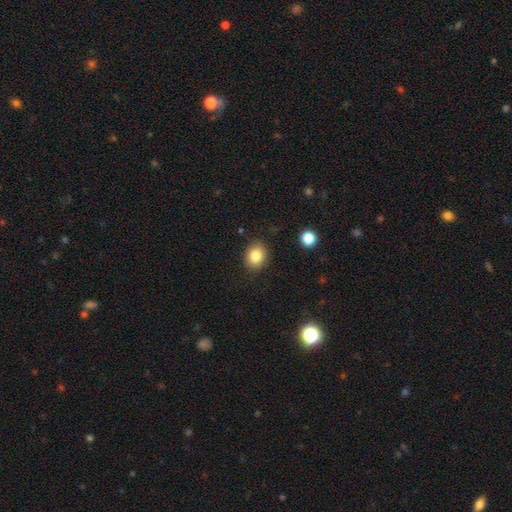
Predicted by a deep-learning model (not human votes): smooth 83%, star or artifact 10%, featured or disk 7%. Down the decision tree: how rounded — round (61%); merging — none (88%).